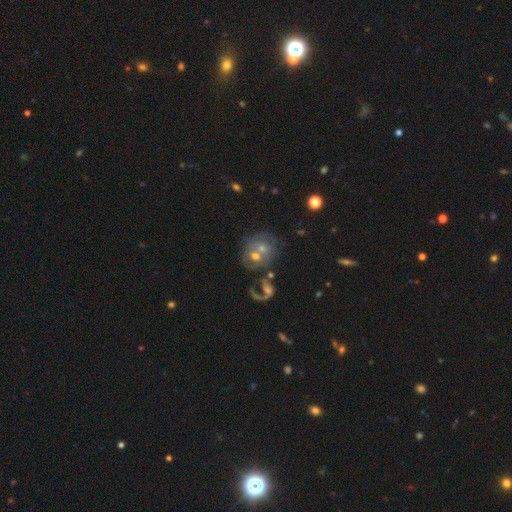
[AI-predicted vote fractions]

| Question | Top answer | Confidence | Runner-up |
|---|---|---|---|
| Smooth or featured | featured or disk | 49% | smooth (35%) |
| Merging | merger | 50% | none (31%) |